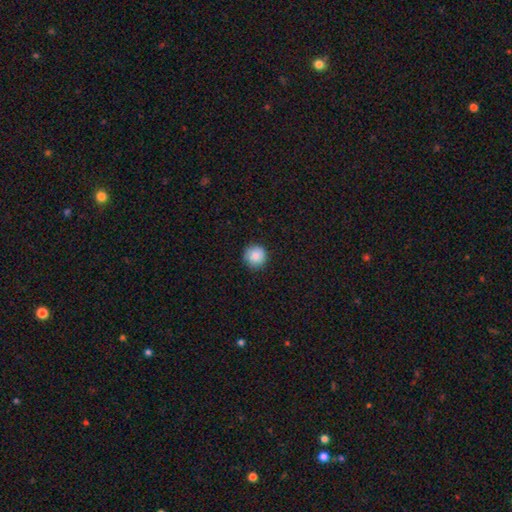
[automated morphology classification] Overall: smooth (86%). How rounded: round (95%). Merging: none (90%).